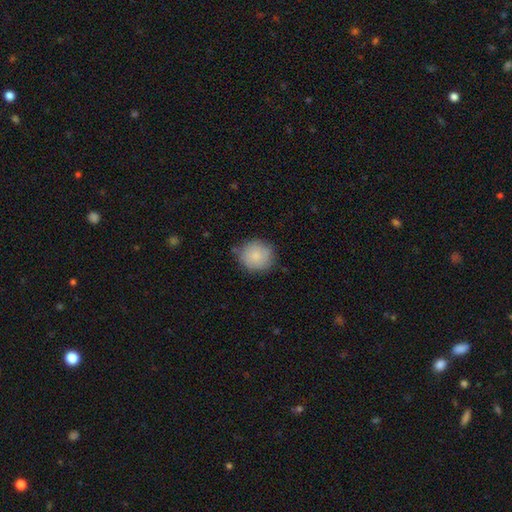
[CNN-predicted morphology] smooth-or-featured: smooth: 82% | featured or disk: 11% | star or artifact: 7%
  how-rounded: round: 90% | in between: 9% | cigar-shaped: 1%
  merging: none: 75% | minor disturbance: 19% | major disturbance: 4% | merger: 3%